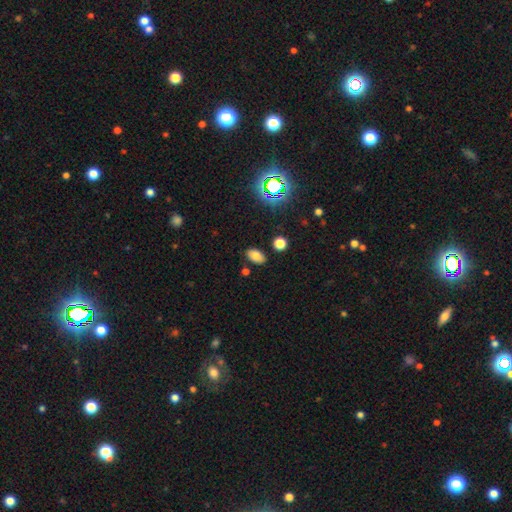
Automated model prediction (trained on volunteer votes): A smooth galaxy with no disk features (76%) that is in between round and cigar-shaped (91%).

Vote fractions:
- Smooth or featured? smooth: 76% / star or artifact: 15% / featured or disk: 8%
- How rounded? in between: 91% / round: 8% / cigar-shaped: 2%
- Merging? none: 84% / minor disturbance: 10% / merger: 3% / major disturbance: 3%